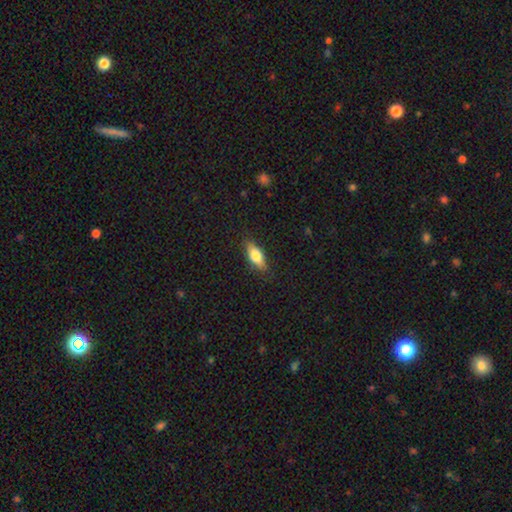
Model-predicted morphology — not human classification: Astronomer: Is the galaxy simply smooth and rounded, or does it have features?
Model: smooth — 69%.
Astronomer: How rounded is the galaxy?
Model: in between — 68%.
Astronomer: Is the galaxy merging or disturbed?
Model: none — 85%.